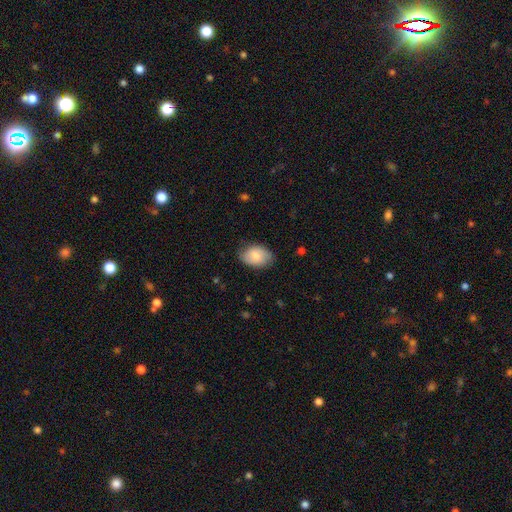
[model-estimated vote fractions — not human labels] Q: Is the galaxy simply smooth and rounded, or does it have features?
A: smooth — 80%.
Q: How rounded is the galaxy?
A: in between — 86%.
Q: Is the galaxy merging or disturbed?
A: none — 75%.